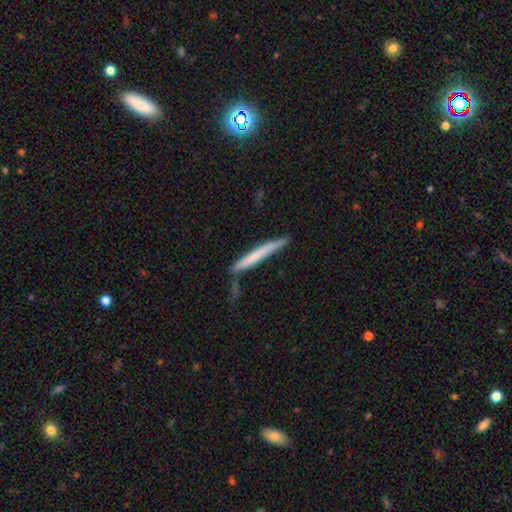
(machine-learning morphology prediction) A smooth galaxy with no disk features (61%) that is cigar-shaped (97%). Merging: none (72%).